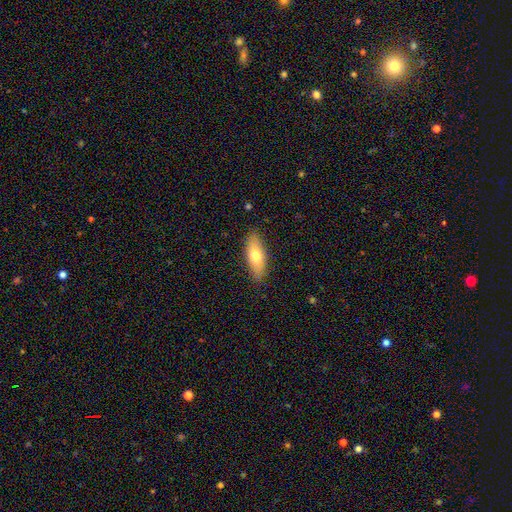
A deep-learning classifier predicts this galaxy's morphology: Smooth or featured? Predicted: smooth (p=0.68). How rounded? Predicted: in between (p=0.64). Merging? Predicted: none (p=0.87).